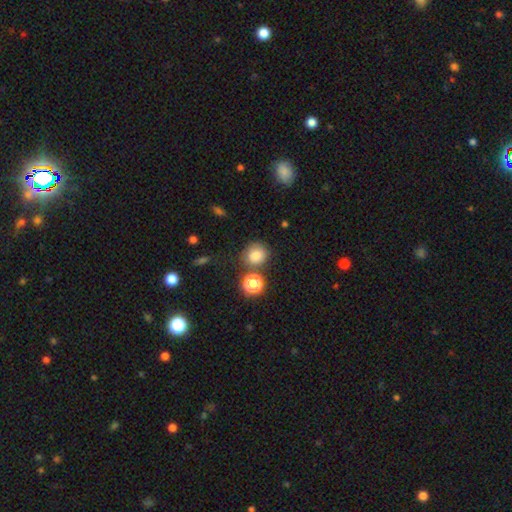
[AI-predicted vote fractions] Smooth or featured: smooth — 79% (star or artifact — 14%)
How rounded: round — 83% (in between — 16%)
Merging: none — 72% (merger — 12%)